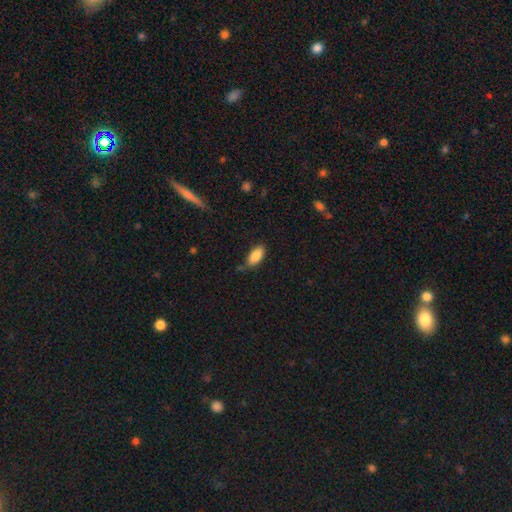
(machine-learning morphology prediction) smooth-or-featured: smooth: 85% | featured or disk: 7% | star or artifact: 7%
  how-rounded: in between: 91% | cigar-shaped: 7% | round: 2%
  merging: none: 73% | minor disturbance: 19% | merger: 4% | major disturbance: 4%